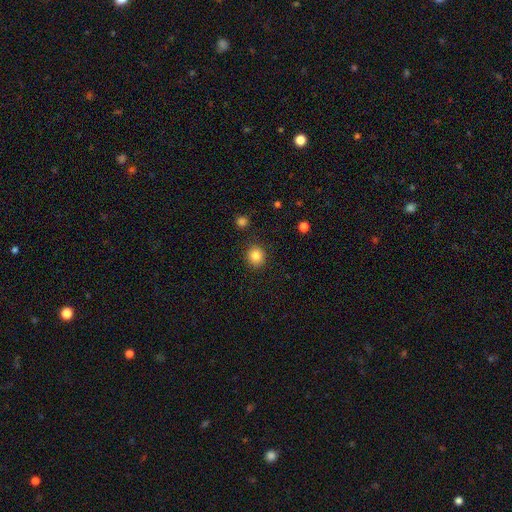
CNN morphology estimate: This is clearly a smooth galaxy (83%). How rounded: clearly round (87%). Merging: clearly none (89%).